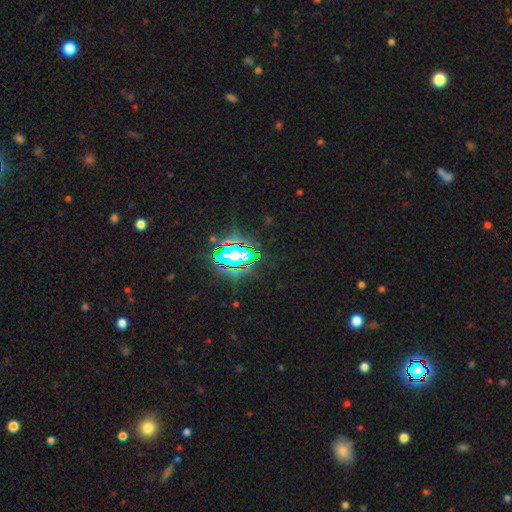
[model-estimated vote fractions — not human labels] A star or artifact, not a galaxy (82%).

Vote fractions:
- Smooth or featured? star or artifact: 82% / smooth: 10% / featured or disk: 7%